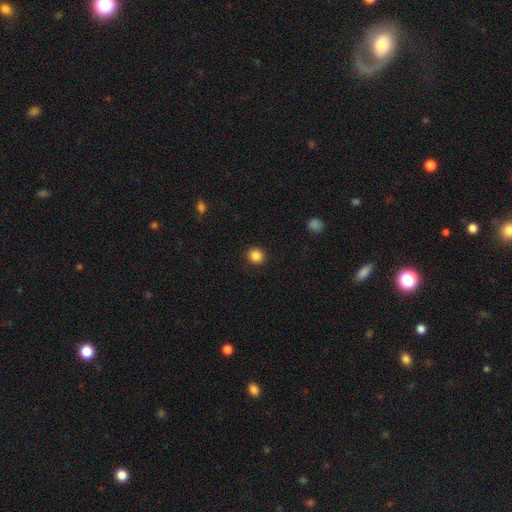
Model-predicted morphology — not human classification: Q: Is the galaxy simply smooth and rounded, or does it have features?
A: smooth — 86%.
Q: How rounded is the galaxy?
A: round — 88%.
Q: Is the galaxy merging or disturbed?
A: none — 91%.